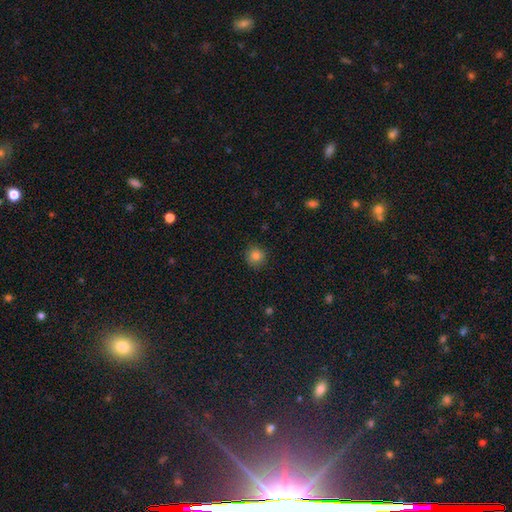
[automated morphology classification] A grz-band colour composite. It shows a smooth galaxy with no disk features (82%) that is round (91%). Merging: none (88%).